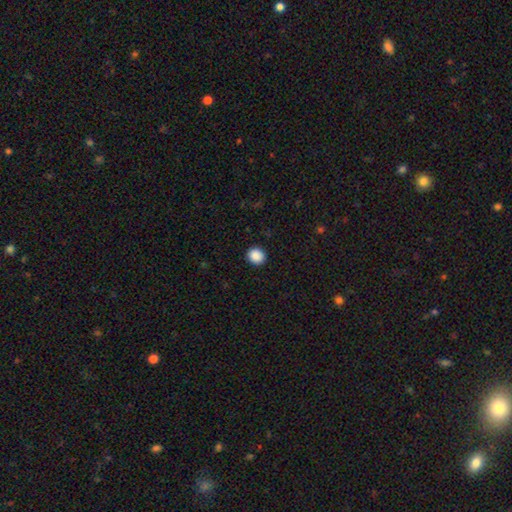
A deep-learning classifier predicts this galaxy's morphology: Smooth or featured: smooth — 89% (star or artifact — 9%)
How rounded: round — 83% (in between — 16%)
Merging: none — 92% (minor disturbance — 5%)